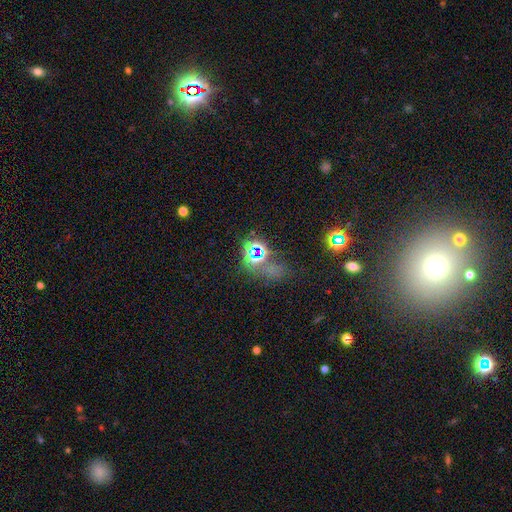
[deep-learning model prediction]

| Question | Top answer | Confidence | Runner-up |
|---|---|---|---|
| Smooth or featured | star or artifact | 48% | smooth (36%) |